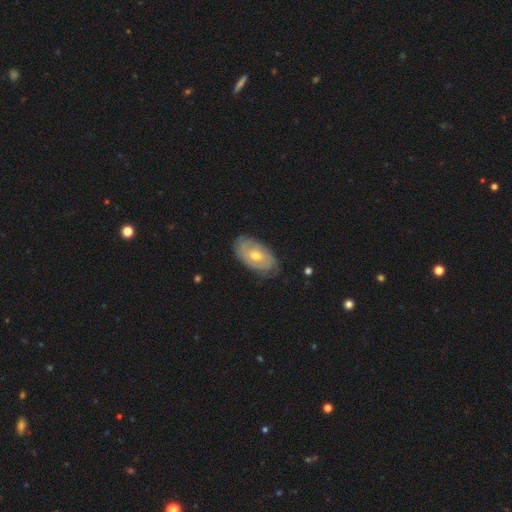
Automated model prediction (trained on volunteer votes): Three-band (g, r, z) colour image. It shows a featured or disk galaxy (67%) with no bar (75%), spiral arms (76%) and a moderate central bulge (61%). Merging: none (76%).